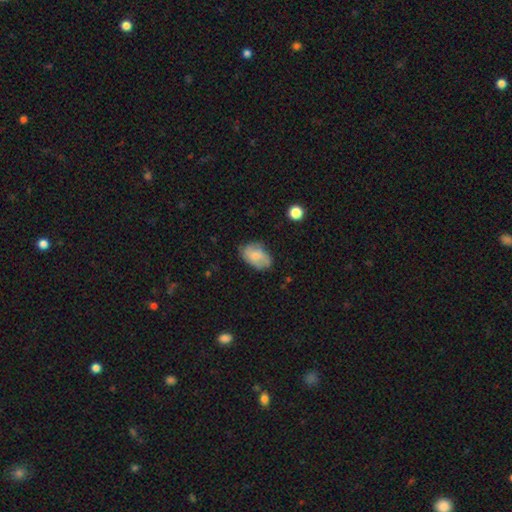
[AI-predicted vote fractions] The model was most divided on "smooth or featured": smooth: 63%, featured or disk: 29%, star or artifact: 7%. More confident: how rounded — in between (87%); merging — none (66%).